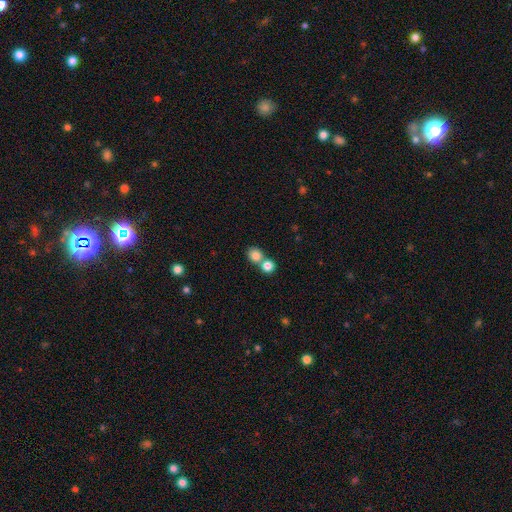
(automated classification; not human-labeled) Smooth or featured? Predicted: smooth (p=0.81). How rounded? Predicted: round (p=0.80). Merging? Predicted: merger (p=0.47).